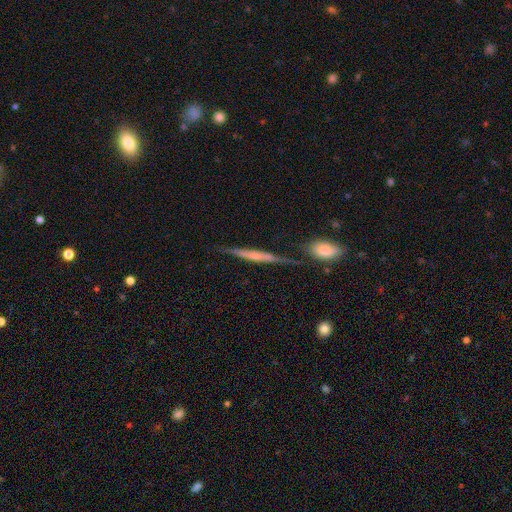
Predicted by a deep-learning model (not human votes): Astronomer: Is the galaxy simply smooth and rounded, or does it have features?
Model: featured or disk — 63%.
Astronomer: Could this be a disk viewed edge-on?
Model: yes — 93%.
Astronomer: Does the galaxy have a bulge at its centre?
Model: none — 43% (runner-up: rounded, 37%).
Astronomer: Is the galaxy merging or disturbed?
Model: none — 69%.